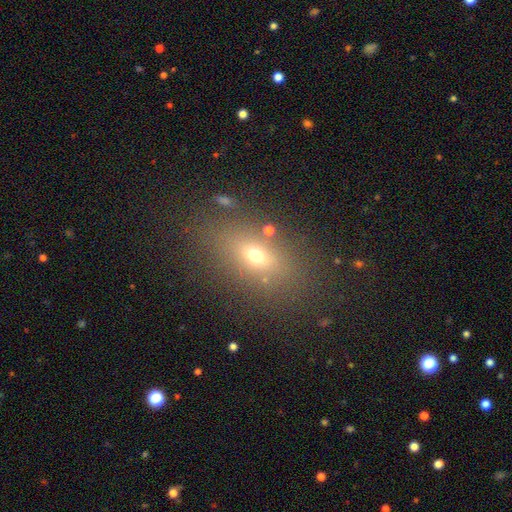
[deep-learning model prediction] A smooth galaxy with no disk features (63%) that is in between round and cigar-shaped (72%). Merging: none (77%).